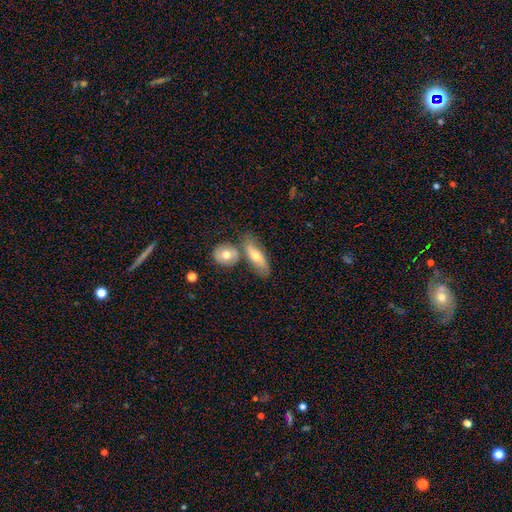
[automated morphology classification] The model was most divided on "merging": none: 50%, merger: 29%, minor disturbance: 16%, major disturbance: 5%. More confident: how rounded — in between (66%); smooth or featured — smooth (62%).